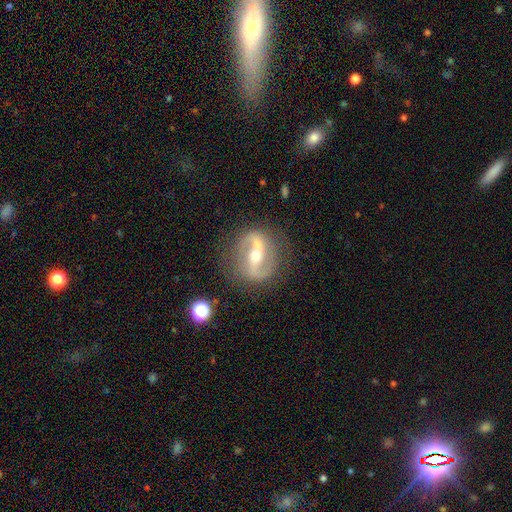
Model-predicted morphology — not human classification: Smooth or featured?
  - featured or disk: 88% *
  - smooth: 6%
  - star or artifact: 6%
Edge-on disk?
  - no: 95% *
  - yes: 5%
Bar?
  - strong: 60% *
  - weak: 25%
  - no: 15%
Spiral arms?
  - yes: 93% *
  - no: 7%
Spiral winding?
  - medium: 45% *
  - loose: 37%
  - tight: 17%
Spiral arm count?
  - 2: 92% *
  - can't tell: 3%
  - 1: 3%
  - 3: 1%
  - 4: 1%
  - more than 4: 1%
Bulge size?
  - moderate: 56% *
  - small: 40%
  - large: 2%
  - none: 1%
  - dominant: 1%
Merging?
  - none: 81% *
  - minor disturbance: 12%
  - major disturbance: 5%
  - merger: 2%